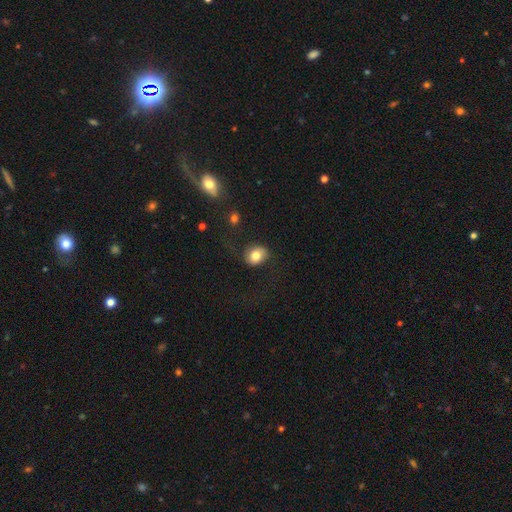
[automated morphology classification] A smooth galaxy with no disk features (79%) that is round (53%).

Vote fractions:
- Smooth or featured? smooth: 79% / featured or disk: 12% / star or artifact: 8%
- How rounded? round: 53% / in between: 46% / cigar-shaped: 1%
- Merging? none: 70% / minor disturbance: 19% / major disturbance: 9% / merger: 2%